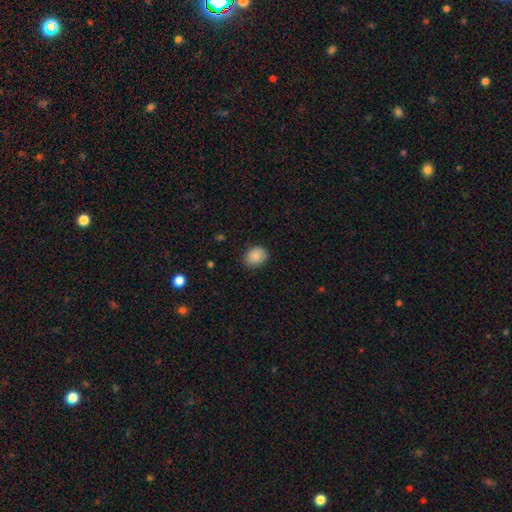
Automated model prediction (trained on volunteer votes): Smooth or featured?
  - smooth: 87% *
  - star or artifact: 8%
  - featured or disk: 5%
How rounded?
  - round: 54% *
  - in between: 45%
  - cigar-shaped: 1%
Merging?
  - none: 82% *
  - minor disturbance: 14%
  - major disturbance: 3%
  - merger: 1%